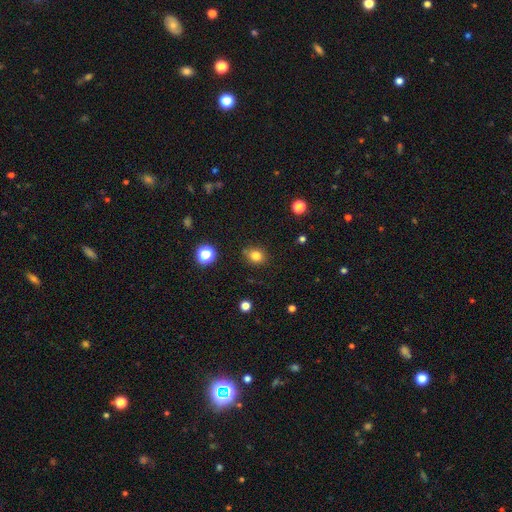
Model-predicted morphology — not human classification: Q: Smooth or featured?
A: smooth (81%); runner-up: star or artifact (13%)
Q: How rounded?
A: round (57%); runner-up: in between (42%)
Q: Merging?
A: none (78%); runner-up: minor disturbance (16%)